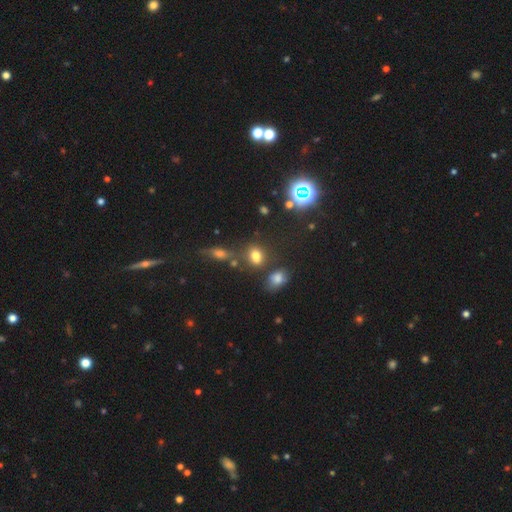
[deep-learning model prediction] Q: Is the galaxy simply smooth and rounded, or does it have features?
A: smooth — 71%.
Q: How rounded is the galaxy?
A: in between — 53%.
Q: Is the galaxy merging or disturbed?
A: none — 62%.